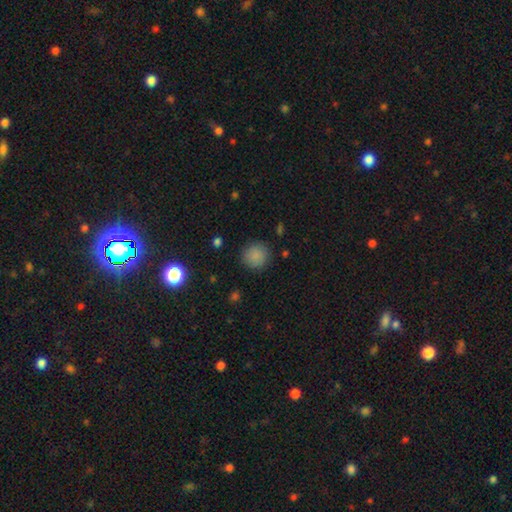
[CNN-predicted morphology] Overall: smooth (86%). How rounded: round (92%). Merging: none (86%).